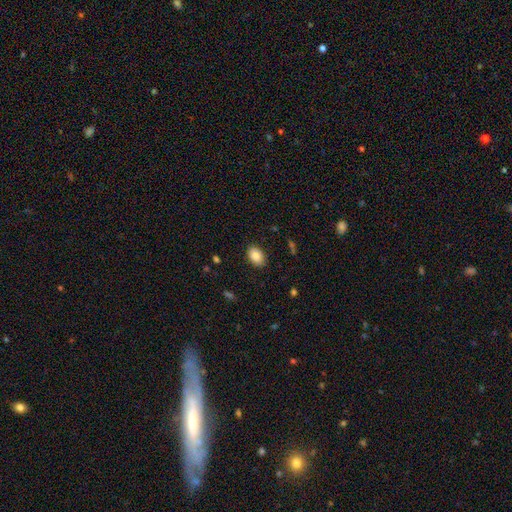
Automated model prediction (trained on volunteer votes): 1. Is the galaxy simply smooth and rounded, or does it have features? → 87% smooth, 7% star or artifact, 6% featured or disk.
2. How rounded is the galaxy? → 84% in between, 15% round, 1% cigar-shaped.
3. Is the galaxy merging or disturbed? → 87% none, 9% minor disturbance, 2% major disturbance, 1% merger.